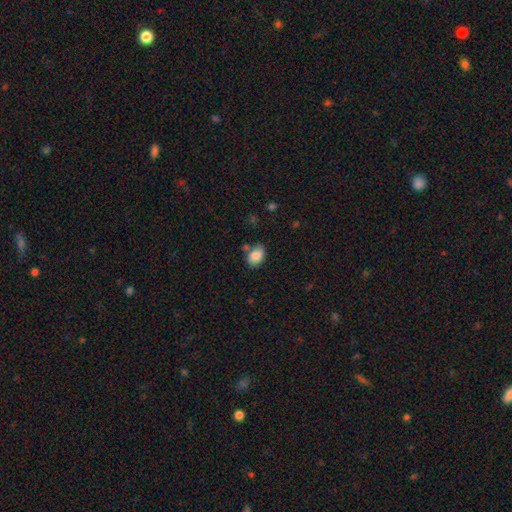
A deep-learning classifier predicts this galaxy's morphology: Smooth or featured? Predicted: smooth (p=0.83). How rounded? Predicted: in between (p=0.77). Merging? Predicted: none (p=0.63).